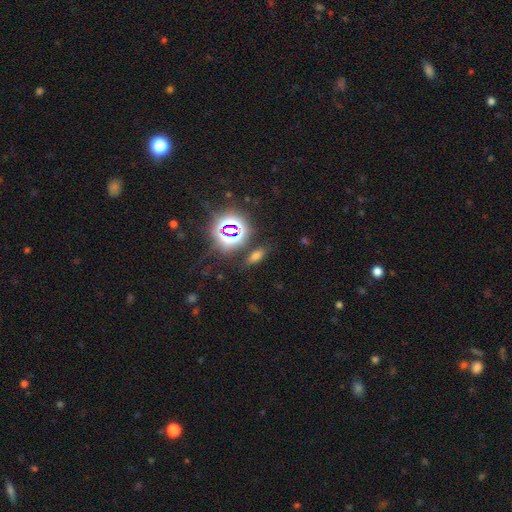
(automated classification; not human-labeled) A smooth galaxy with no disk features (54%) that is in between round and cigar-shaped (74%). Merging: none (81%).